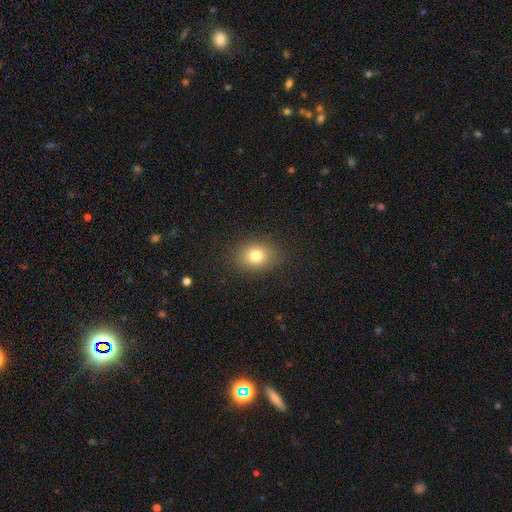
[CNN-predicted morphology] smooth 79%, star or artifact 12%, featured or disk 9%. Down the decision tree: how rounded — in between (54%); merging — none (87%).